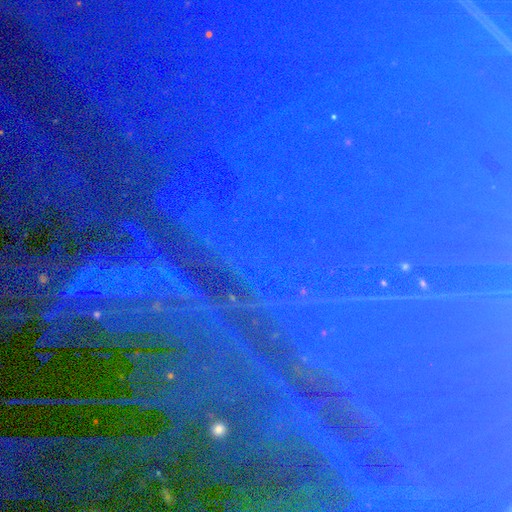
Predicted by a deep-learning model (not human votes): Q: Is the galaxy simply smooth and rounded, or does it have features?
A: star or artifact — 87%.